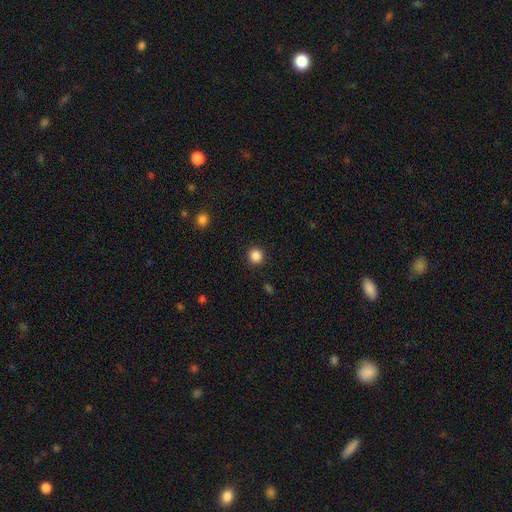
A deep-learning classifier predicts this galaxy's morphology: Smooth or featured? smooth (86%)
How rounded? round (92%)
Merging? none (92%)